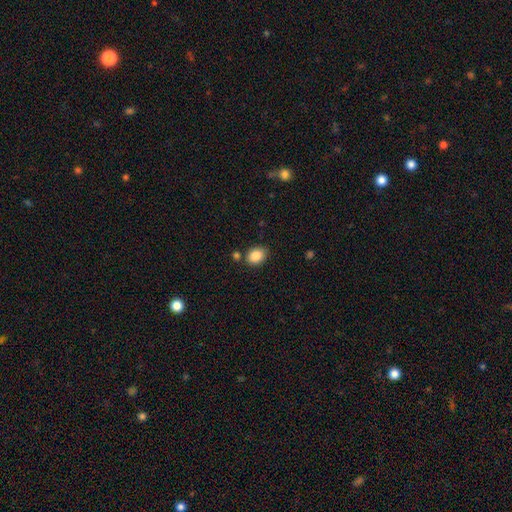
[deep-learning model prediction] A smooth galaxy with no disk features (87%) that is in between round and cigar-shaped (63%). Merging: none (78%).